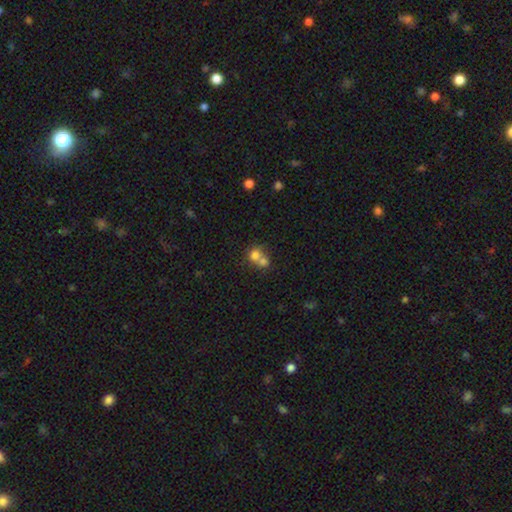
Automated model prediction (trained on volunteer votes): Smooth or featured: smooth — 72% (featured or disk — 17%)
How rounded: round — 74% (in between — 25%)
Merging: merger — 66% (none — 26%)